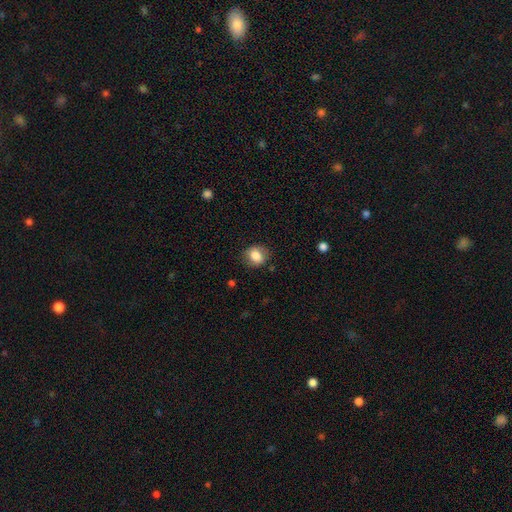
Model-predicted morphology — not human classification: Smooth or featured? Predicted: smooth (p=0.82). How rounded? Predicted: round (p=0.59). Merging? Predicted: none (p=0.81).